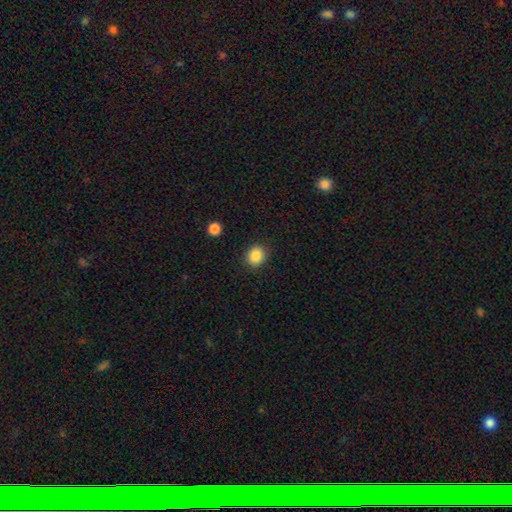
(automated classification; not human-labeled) smooth_or_featured: smooth (p=0.86) [alt: star or artifact p=0.09]
how_rounded: round (p=0.72) [alt: in between p=0.28]
merging: none (p=0.89) [alt: minor disturbance p=0.08]